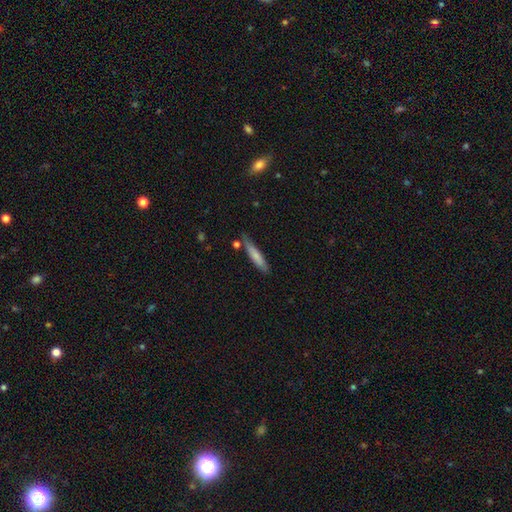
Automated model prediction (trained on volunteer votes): Smooth or featured: smooth — 75% (featured or disk — 19%)
How rounded: cigar-shaped — 84% (in between — 14%)
Merging: none — 70% (minor disturbance — 20%)